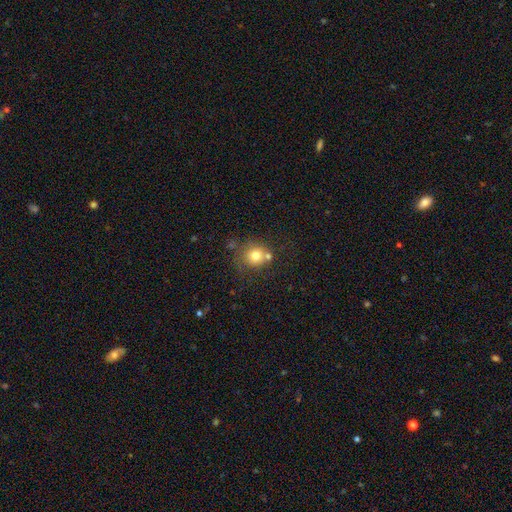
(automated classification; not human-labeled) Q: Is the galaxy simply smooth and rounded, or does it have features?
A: smooth — 76%.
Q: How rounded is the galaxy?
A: round — 88%.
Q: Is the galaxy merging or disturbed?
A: none — 59%.